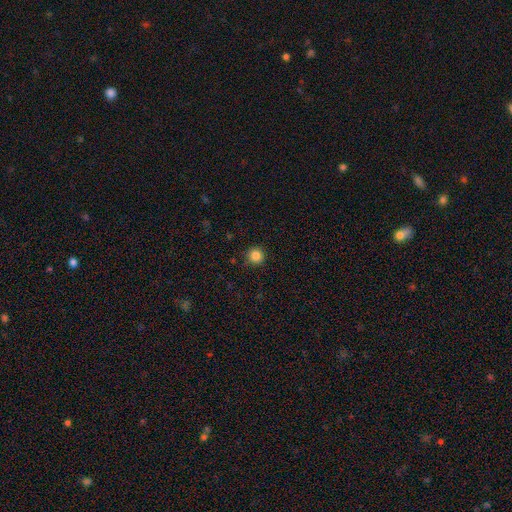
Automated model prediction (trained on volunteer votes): smooth 85%, star or artifact 11%, featured or disk 4%. Down the decision tree: how rounded — round (95%); merging — none (90%).